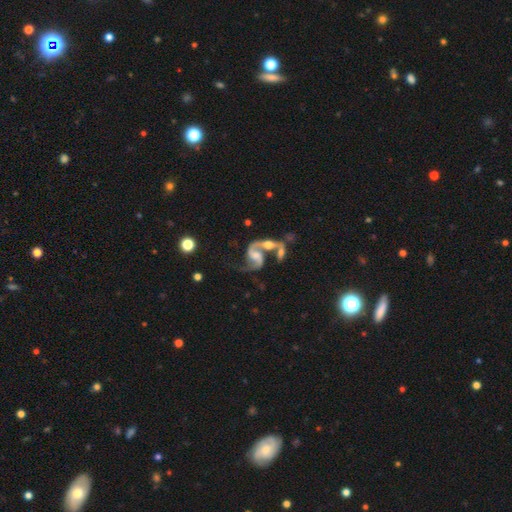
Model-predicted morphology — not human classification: Smooth or featured? featured or disk (87%)
Edge-on disk? no (97%)
Bar? weak (41%, tied with no)
Spiral arms? yes (96%)
Spiral winding? loose (54%)
Spiral arm count? 2 (89%)
Bulge size? moderate (38%)
Merging? merger (51%)